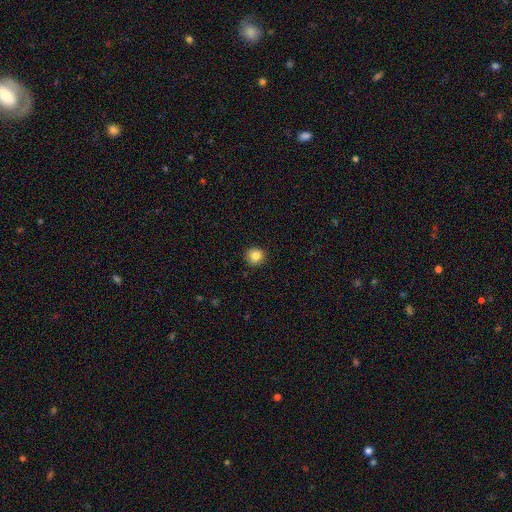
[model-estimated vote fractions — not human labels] The model was most divided on "smooth or featured": smooth: 85%, star or artifact: 10%, featured or disk: 5%. More confident: how rounded — round (92%); merging — none (90%).